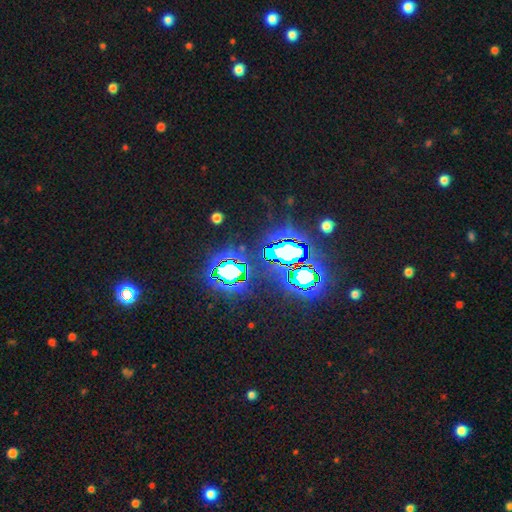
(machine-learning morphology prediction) Q: Smooth or featured?
A: star or artifact (84%); runner-up: smooth (9%)